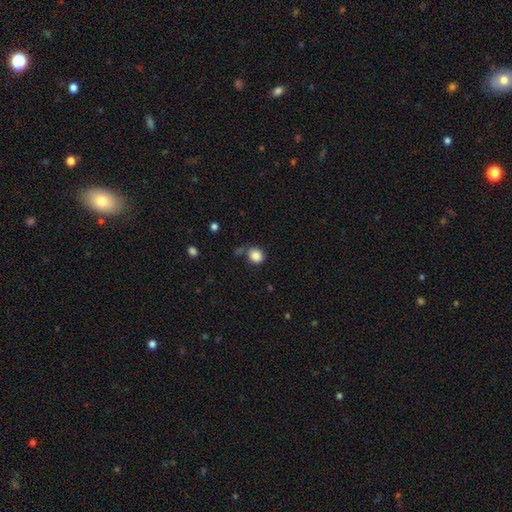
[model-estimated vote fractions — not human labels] A smooth galaxy with no disk features (86%) that is round (72%). Merging: none (70%).